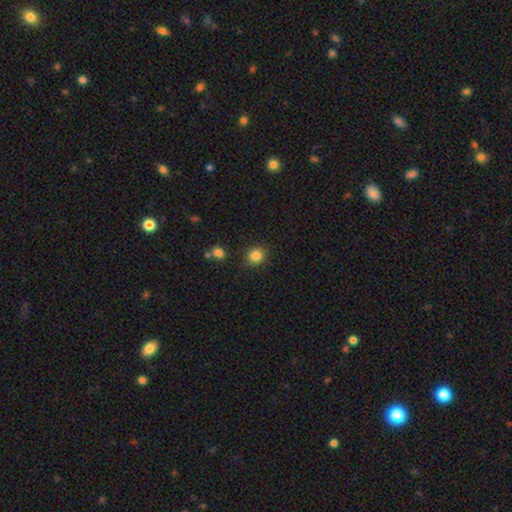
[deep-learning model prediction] Overall: smooth (84%). How rounded: round (79%). Merging: none (86%).